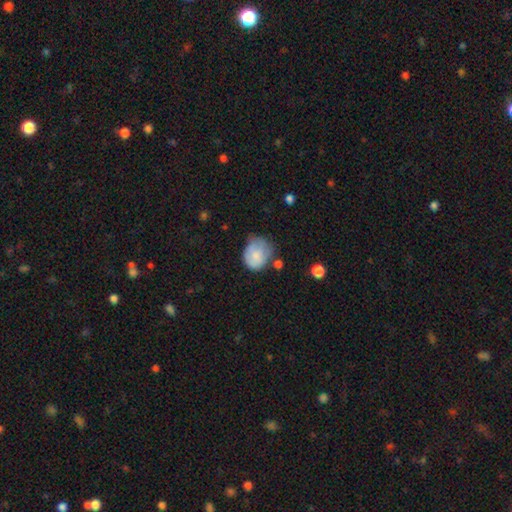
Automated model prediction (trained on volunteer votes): Overall: smooth (74%). How rounded: round (62%; in between 37%). Merging: minor disturbance (40%; none 38%).